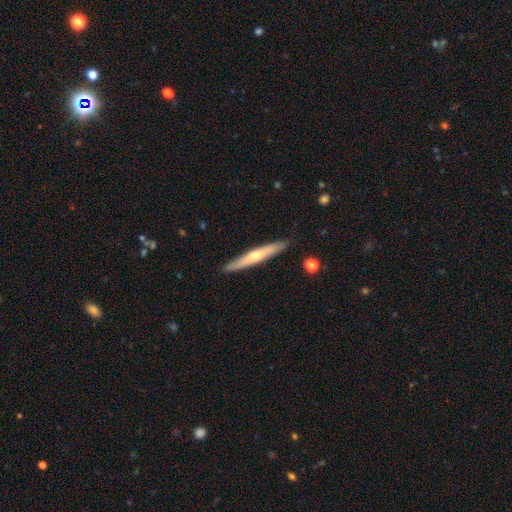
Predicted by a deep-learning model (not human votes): Overall: featured or disk (49%; smooth 45%). Merging: none (89%).